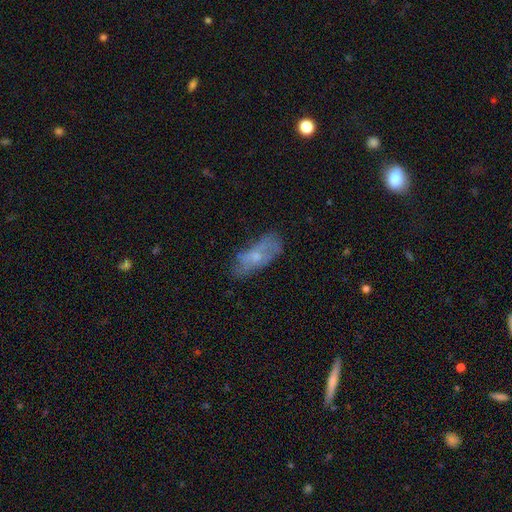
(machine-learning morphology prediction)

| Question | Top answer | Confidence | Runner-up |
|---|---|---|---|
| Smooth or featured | smooth | 49% | featured or disk (43%) |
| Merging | none | 58% | minor disturbance (28%) |